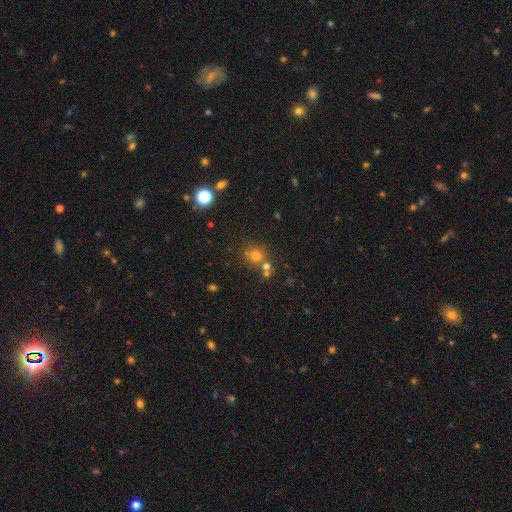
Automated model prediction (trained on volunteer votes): A smooth galaxy with no disk features (67%) that is round (83%).

Vote fractions:
- Smooth or featured? smooth: 67% / star or artifact: 24% / featured or disk: 9%
- How rounded? round: 83% / in between: 16% / cigar-shaped: 1%
- Merging? none: 68% / merger: 18% / minor disturbance: 10% / major disturbance: 4%